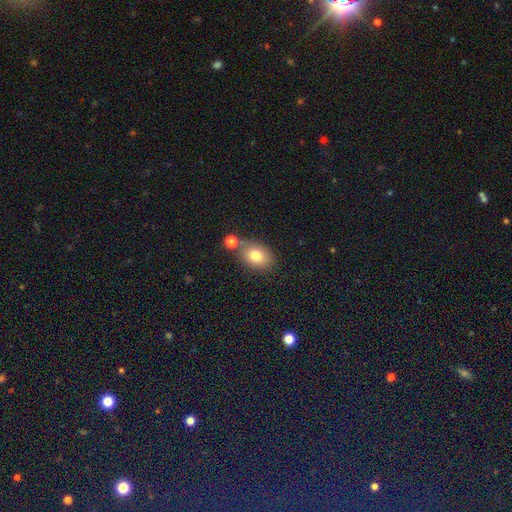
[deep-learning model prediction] smooth 80%, featured or disk 11%, star or artifact 9%. Down the decision tree: how rounded — in between (75%); merging — none (63%).